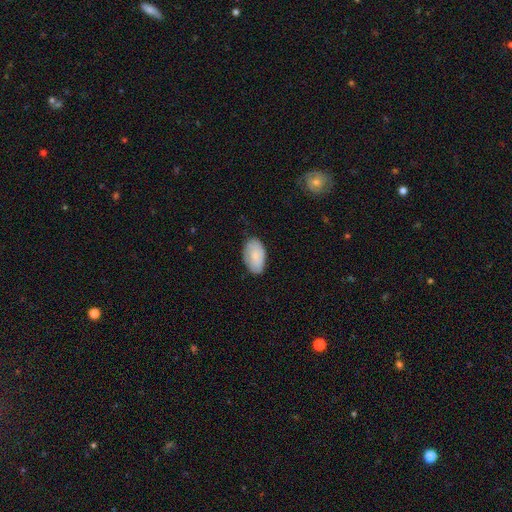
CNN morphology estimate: This appears to be a smooth galaxy with no disk features (78%) that is in between round and cigar-shaped (95%). Merging: none (75%).